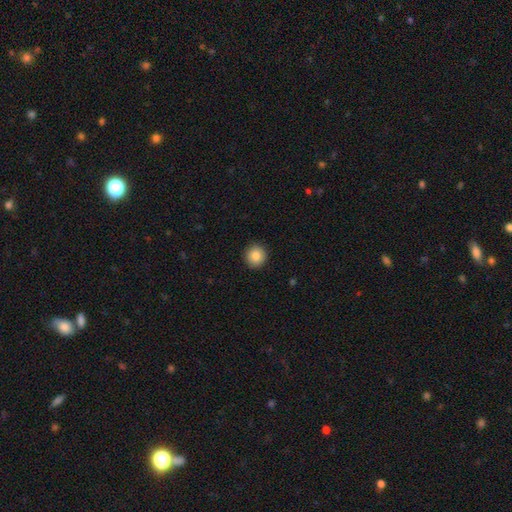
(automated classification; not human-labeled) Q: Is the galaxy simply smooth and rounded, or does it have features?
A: smooth — 86%.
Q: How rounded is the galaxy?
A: round — 92%.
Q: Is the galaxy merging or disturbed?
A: none — 91%.